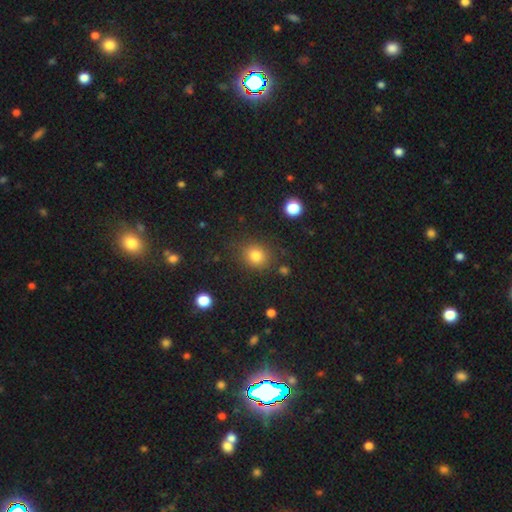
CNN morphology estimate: smooth 81%, star or artifact 13%, featured or disk 6%. Down the decision tree: how rounded — round (75%); merging — none (83%).